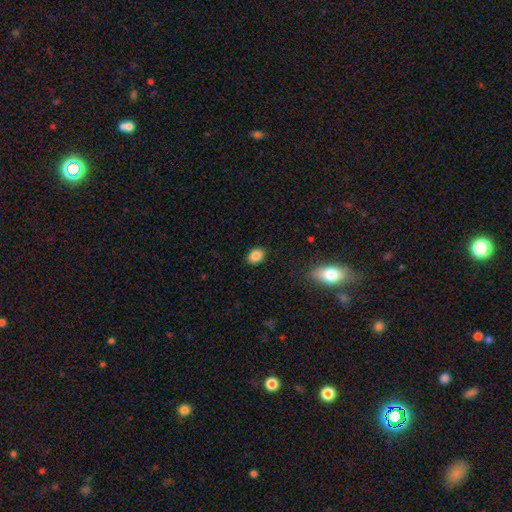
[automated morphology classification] Smooth or featured? Predicted: smooth (p=0.86). How rounded? Predicted: in between (p=0.77). Merging? Predicted: none (p=0.88).